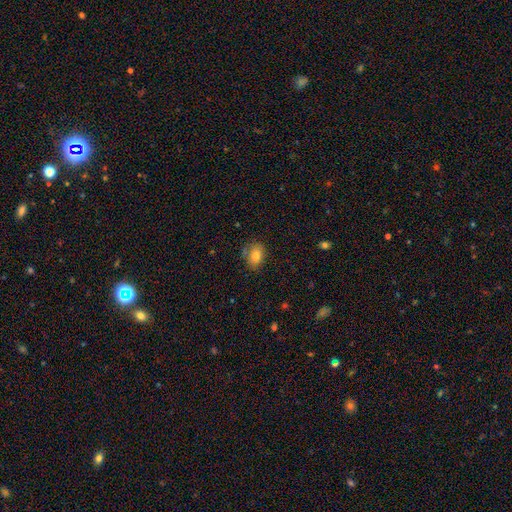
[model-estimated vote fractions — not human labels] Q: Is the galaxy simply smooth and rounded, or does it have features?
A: smooth — 79%.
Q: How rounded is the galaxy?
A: in between — 76%.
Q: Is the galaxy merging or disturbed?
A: none — 72%.